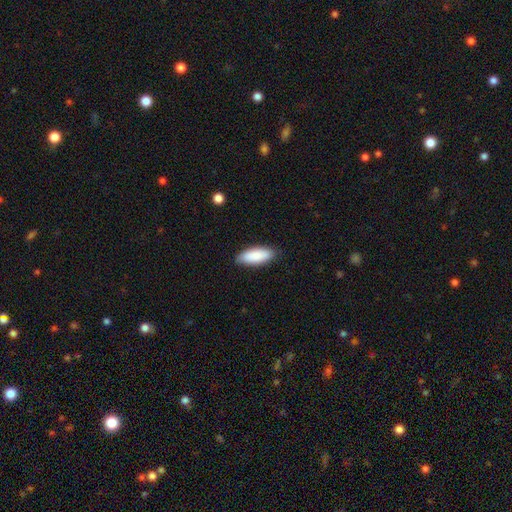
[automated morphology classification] smooth 87%, featured or disk 7%, star or artifact 5%. Down the decision tree: how rounded — in between (75%); merging — none (85%).